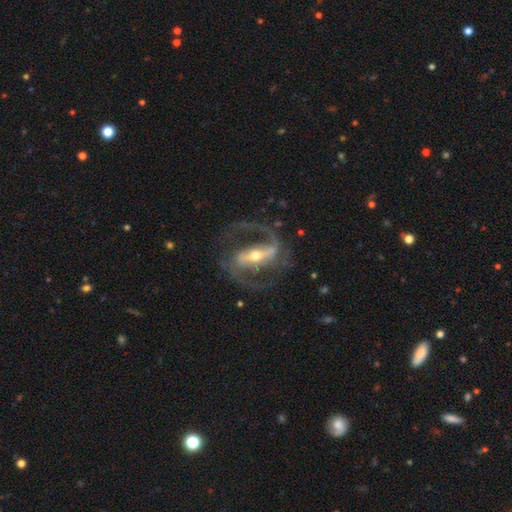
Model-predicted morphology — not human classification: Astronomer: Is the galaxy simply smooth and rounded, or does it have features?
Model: featured or disk — 91%.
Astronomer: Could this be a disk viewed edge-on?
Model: no — 94%.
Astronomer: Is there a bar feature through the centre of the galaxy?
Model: strong — 71%.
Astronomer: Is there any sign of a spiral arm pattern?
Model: yes — 95%.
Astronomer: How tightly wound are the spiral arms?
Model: medium — 59%.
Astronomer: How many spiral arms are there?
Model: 2 — 90%.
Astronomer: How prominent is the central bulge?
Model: moderate — 54% (runner-up: small, 40%).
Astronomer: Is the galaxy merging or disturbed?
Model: none — 73%.